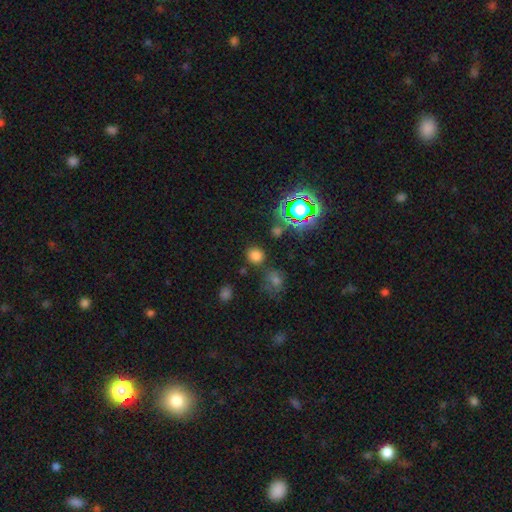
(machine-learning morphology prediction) A smooth galaxy with no disk features (72%) that is round (82%). Merging: none (81%).